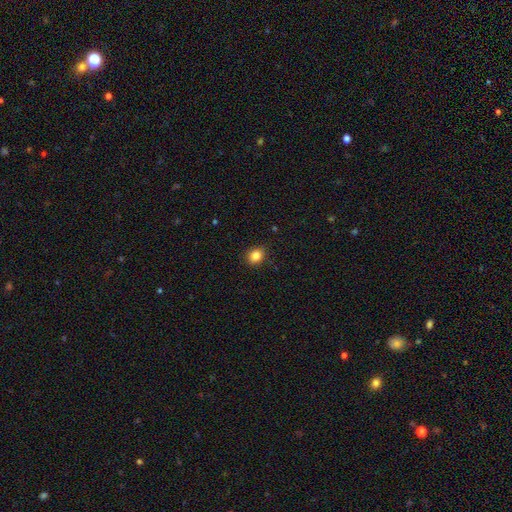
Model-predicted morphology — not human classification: Smooth or featured? smooth (85%)
How rounded? round (63%)
Merging? none (88%)